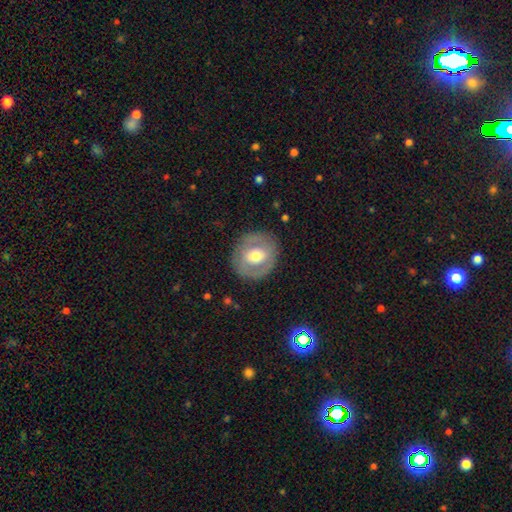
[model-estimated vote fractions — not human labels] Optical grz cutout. It shows a featured or disk galaxy (50%). Merging: none (83%).